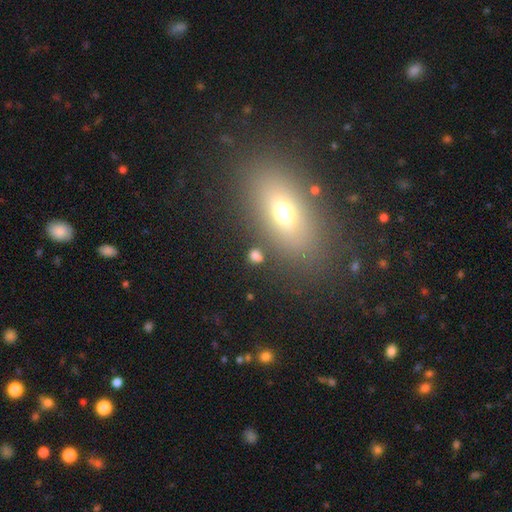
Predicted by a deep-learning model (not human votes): Smooth or featured? Predicted: smooth (p=0.73). How rounded? Predicted: round (p=0.64). Merging? Predicted: none (p=0.79).